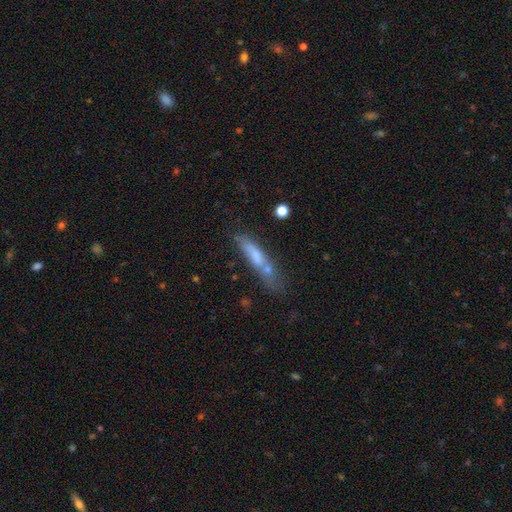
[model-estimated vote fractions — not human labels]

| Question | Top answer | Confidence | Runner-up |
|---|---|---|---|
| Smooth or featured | smooth | 64% | featured or disk (27%) |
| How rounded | cigar-shaped | 82% | in between (16%) |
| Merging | none | 49% | minor disturbance (22%) |